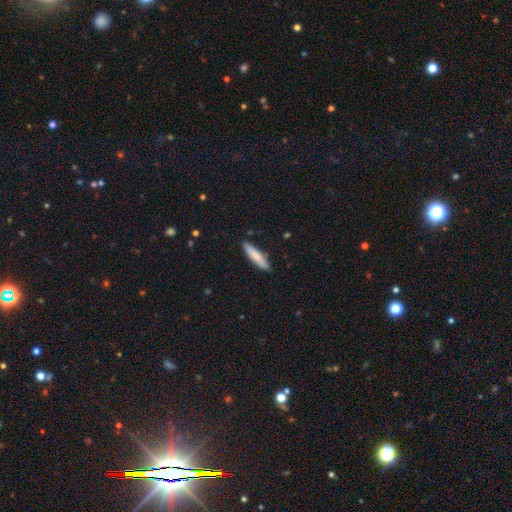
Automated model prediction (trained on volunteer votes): Q: Smooth or featured?
A: smooth (79%); runner-up: featured or disk (16%)
Q: How rounded?
A: cigar-shaped (81%); runner-up: in between (18%)
Q: Merging?
A: none (86%); runner-up: minor disturbance (11%)